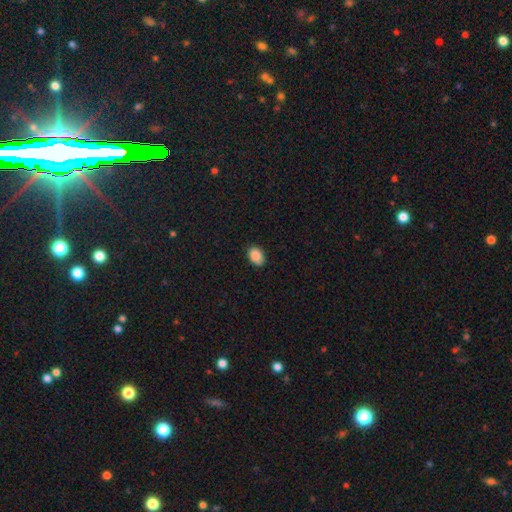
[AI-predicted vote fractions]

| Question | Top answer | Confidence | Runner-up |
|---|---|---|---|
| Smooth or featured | smooth | 89% | star or artifact (8%) |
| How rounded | in between | 85% | round (14%) |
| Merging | none | 86% | minor disturbance (11%) |